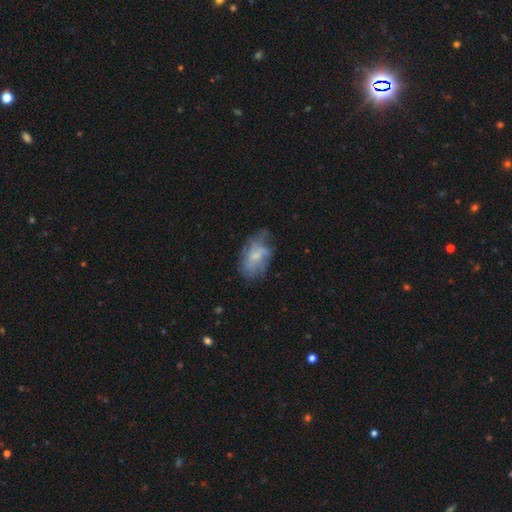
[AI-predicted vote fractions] Overall: featured or disk (52%; smooth 39%). Edge-on disk: no (95%). Merging: none (53%; minor disturbance 28%).